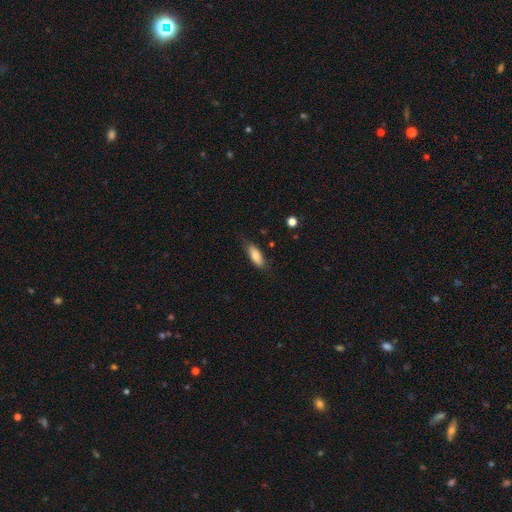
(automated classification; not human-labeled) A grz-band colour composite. It shows a smooth galaxy with no disk features (82%) that is in between round and cigar-shaped (71%). Merging: none (74%).